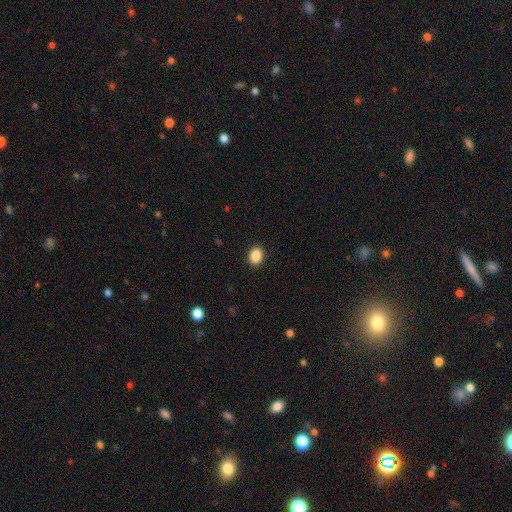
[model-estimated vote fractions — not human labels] The model was most divided on "how rounded": in between: 64%, round: 35%, cigar-shaped: 1%. More confident: merging — none (90%); smooth or featured — smooth (88%).